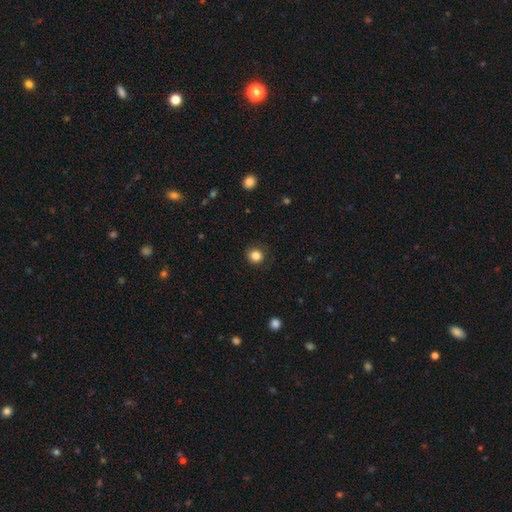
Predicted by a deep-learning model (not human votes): A smooth galaxy with no disk features (84%) that is round (91%). Merging: none (89%).